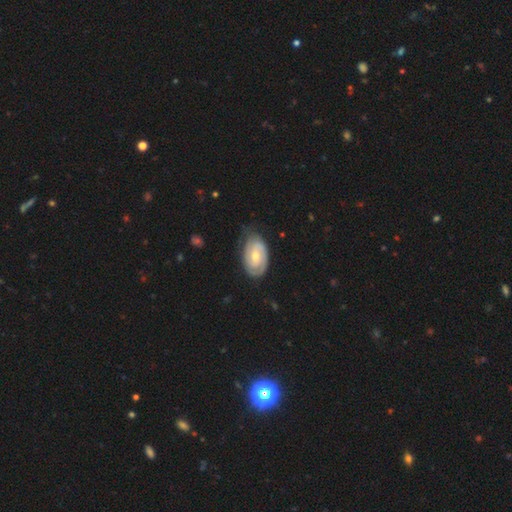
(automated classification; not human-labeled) smooth_or_featured: featured or disk (p=0.74) [alt: smooth p=0.21]
disk_edge_on: no (p=0.96) [alt: yes p=0.04]
bar: no (p=0.54) [alt: weak p=0.38]
has_spiral_arms: yes (p=0.91) [alt: no p=0.09]
spiral_winding: tight (p=0.66) [alt: medium p=0.27]
spiral_arm_count: 2 (p=0.59) [alt: can't tell p=0.23]
bulge_size: moderate (p=0.55) [alt: small p=0.41]
merging: none (p=0.68) [alt: minor disturbance p=0.24]